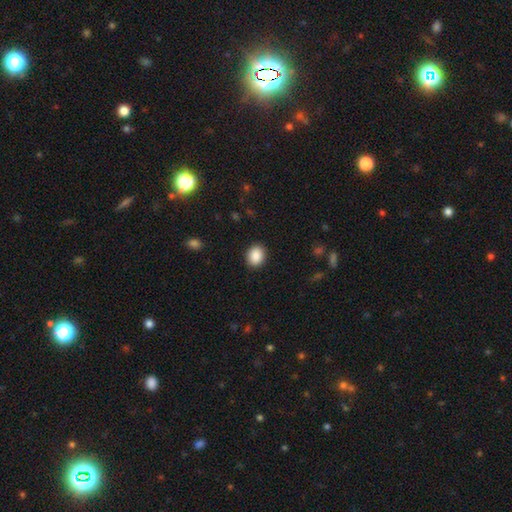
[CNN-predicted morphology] Smooth or featured: smooth — 89% (star or artifact — 8%)
How rounded: round — 56% (in between — 43%)
Merging: none — 91% (minor disturbance — 6%)